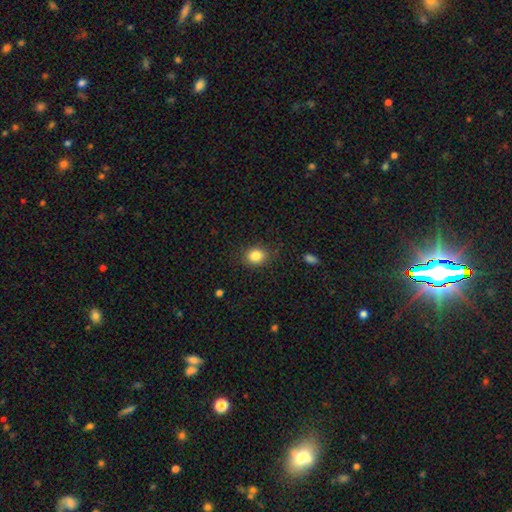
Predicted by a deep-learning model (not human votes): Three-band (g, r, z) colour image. It shows a smooth galaxy with no disk features (84%) that is round (63%). Merging: none (85%).